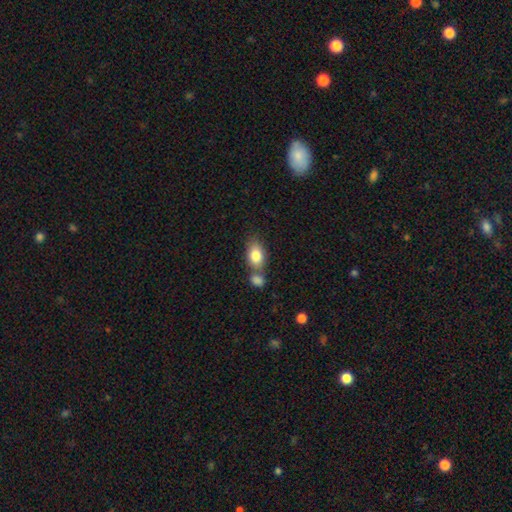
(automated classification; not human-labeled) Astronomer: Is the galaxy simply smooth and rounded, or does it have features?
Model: smooth — 82%.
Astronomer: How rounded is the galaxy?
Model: in between — 85%.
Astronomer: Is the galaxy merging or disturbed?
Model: none — 43% (runner-up: merger, 41%).